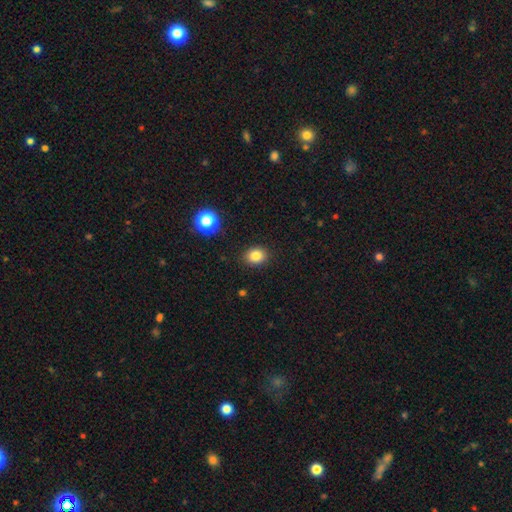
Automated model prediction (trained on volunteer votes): A smooth galaxy with no disk features (83%) that is round (56%).

Vote fractions:
- Smooth or featured? smooth: 83% / star or artifact: 12% / featured or disk: 5%
- How rounded? round: 56% / in between: 43% / cigar-shaped: 1%
- Merging? none: 89% / minor disturbance: 7% / major disturbance: 2% / merger: 1%